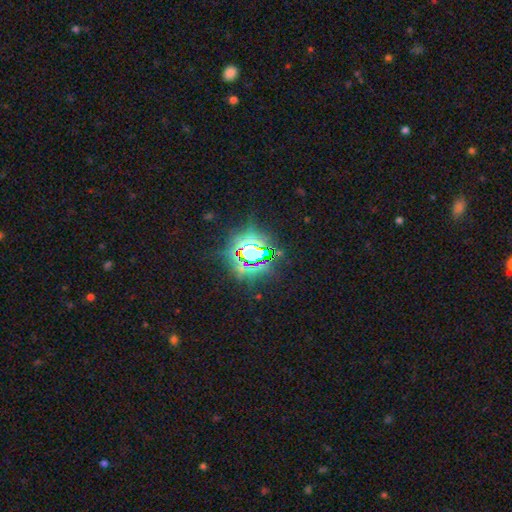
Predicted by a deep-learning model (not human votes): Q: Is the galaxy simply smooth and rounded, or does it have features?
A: star or artifact — 78%.